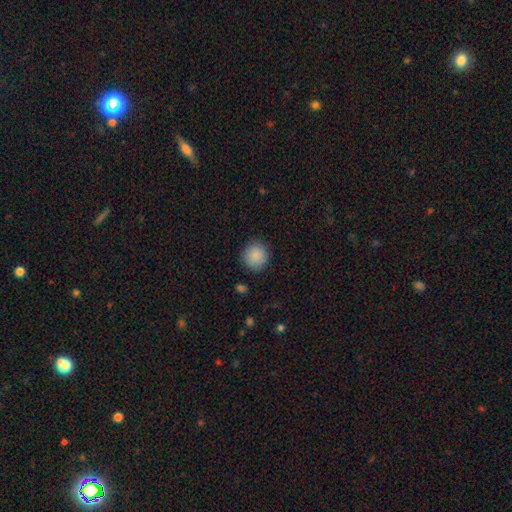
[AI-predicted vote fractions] Smooth or featured: smooth — 89% (star or artifact — 8%)
How rounded: round — 92% (in between — 7%)
Merging: none — 89% (minor disturbance — 8%)